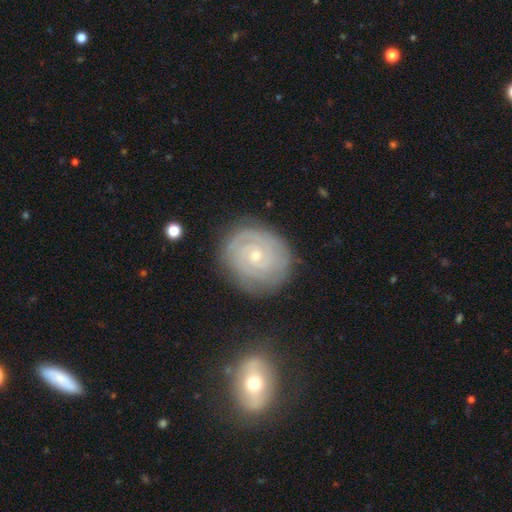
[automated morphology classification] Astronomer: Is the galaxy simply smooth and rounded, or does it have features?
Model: featured or disk — 84%.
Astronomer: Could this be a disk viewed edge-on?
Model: no — 98%.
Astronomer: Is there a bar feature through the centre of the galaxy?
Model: no — 75%.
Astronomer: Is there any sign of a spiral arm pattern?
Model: yes — 96%.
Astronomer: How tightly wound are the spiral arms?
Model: tight — 83%.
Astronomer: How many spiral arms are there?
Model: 2 — 39% (runner-up: can't tell, 26%).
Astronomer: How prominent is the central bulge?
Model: small — 74%.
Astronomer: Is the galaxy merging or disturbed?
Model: none — 81%.